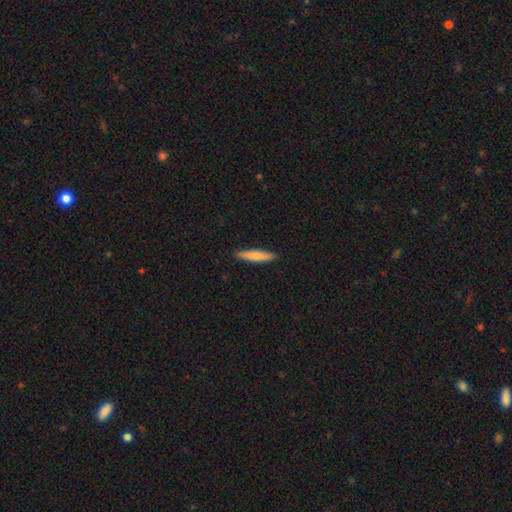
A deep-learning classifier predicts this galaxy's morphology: Overall: smooth (78%). How rounded: cigar-shaped (88%). Merging: none (90%).